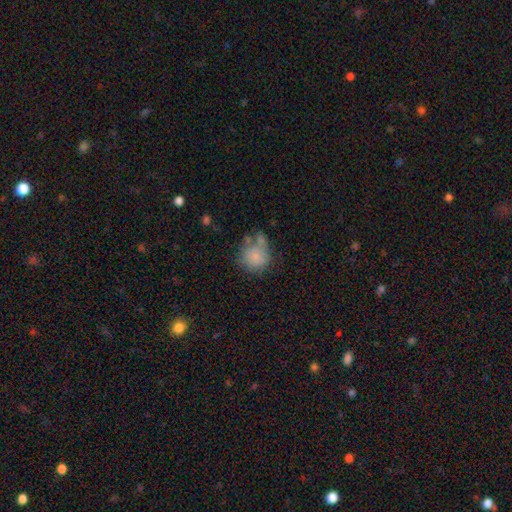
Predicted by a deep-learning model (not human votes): Q: Smooth or featured?
A: smooth (76%); runner-up: featured or disk (14%)
Q: How rounded?
A: round (81%); runner-up: in between (18%)
Q: Merging?
A: none (45%); runner-up: merger (22%)